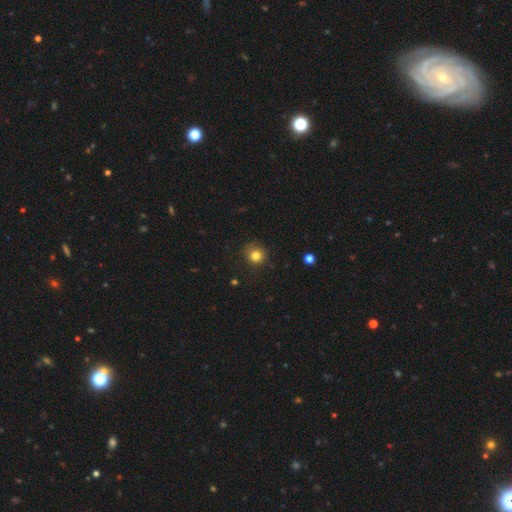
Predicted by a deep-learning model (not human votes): smooth 80%, star or artifact 13%, featured or disk 7%. Down the decision tree: how rounded — round (87%); merging — none (76%).